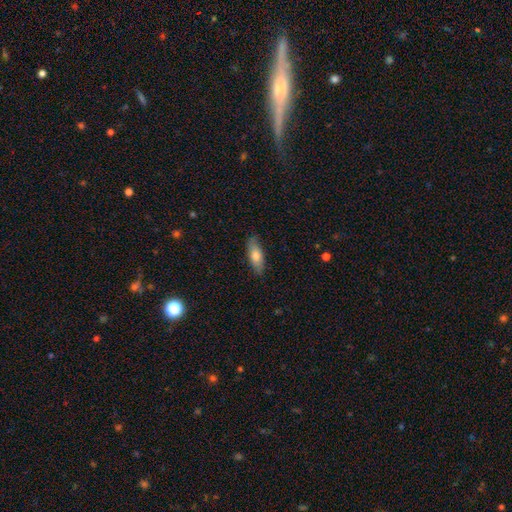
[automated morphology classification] smooth 74%, featured or disk 20%, star or artifact 6%. Down the decision tree: how rounded — in between (68%); merging — none (83%).